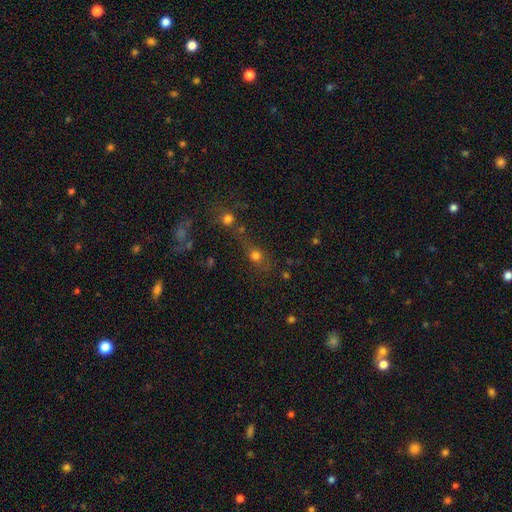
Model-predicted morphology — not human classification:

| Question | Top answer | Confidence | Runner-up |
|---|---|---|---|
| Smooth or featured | smooth | 67% | star or artifact (22%) |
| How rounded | round | 72% | in between (24%) |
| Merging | none | 44% | merger (36%) |